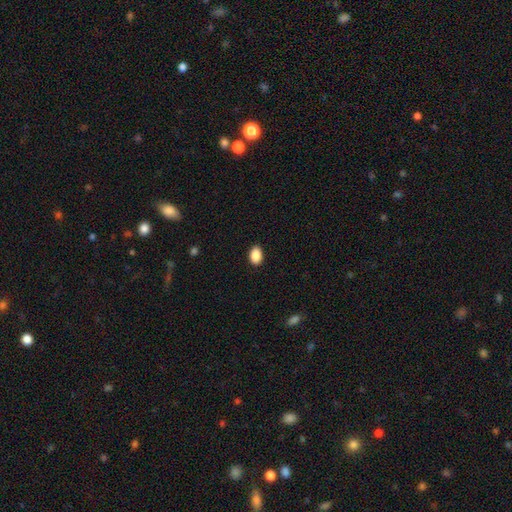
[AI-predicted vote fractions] Morphology: type=smooth (89%); roundness=in between (87%); merging=none (88%).